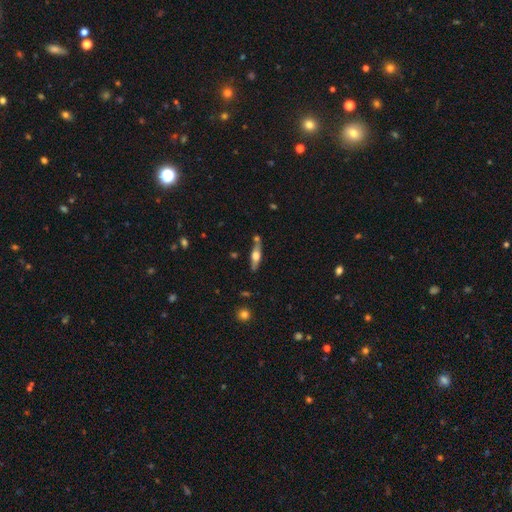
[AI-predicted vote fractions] smooth-or-featured: featured or disk: 59% | smooth: 35% | star or artifact: 6%
  disk-edge-on: yes: 93% | no: 7%
    edge-on-bulge: rounded: 91% | boxy: 6% | none: 2%
  merging: none: 71% | minor disturbance: 14% | merger: 11% | major disturbance: 3%